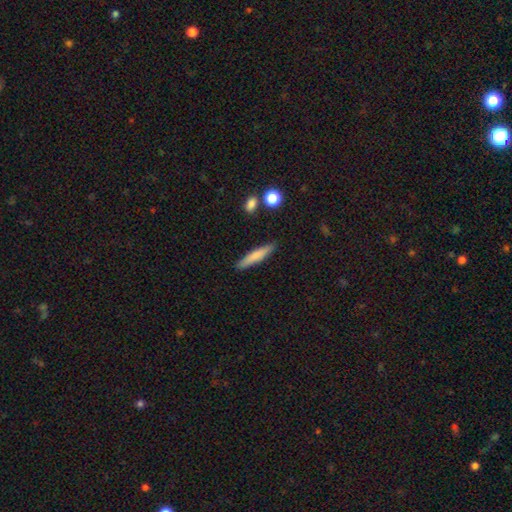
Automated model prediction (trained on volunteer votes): Smooth or featured?
  - smooth: 73% *
  - featured or disk: 21%
  - star or artifact: 6%
How rounded?
  - cigar-shaped: 89% *
  - in between: 9%
  - round: 2%
Merging?
  - none: 87% *
  - minor disturbance: 9%
  - merger: 2%
  - major disturbance: 2%